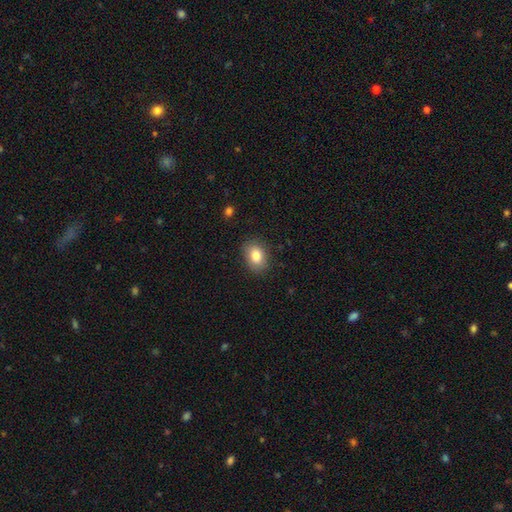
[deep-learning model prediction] This is clearly a smooth galaxy (83%). How rounded: likely in between (74%). Merging: clearly none (85%).